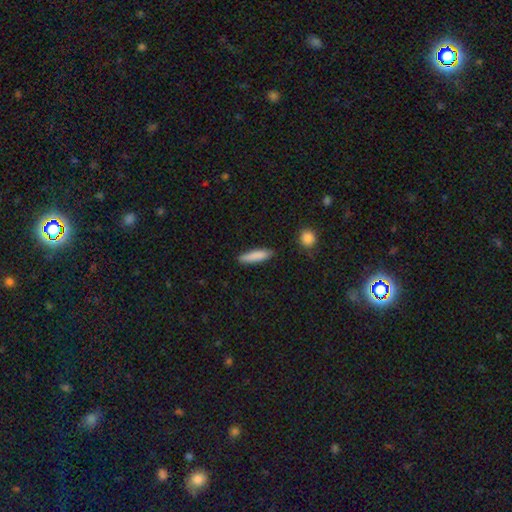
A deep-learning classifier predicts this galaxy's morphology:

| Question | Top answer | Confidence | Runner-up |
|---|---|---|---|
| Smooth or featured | smooth | 85% | featured or disk (9%) |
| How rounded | cigar-shaped | 79% | in between (19%) |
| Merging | none | 86% | minor disturbance (10%) |